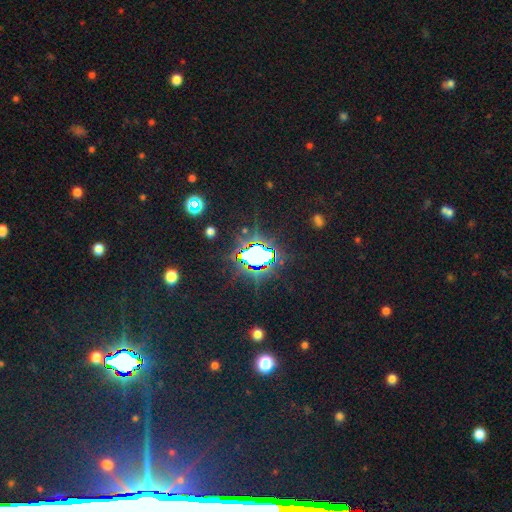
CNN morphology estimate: A star or artifact, not a galaxy (73%).

Vote fractions:
- Smooth or featured? star or artifact: 73% / smooth: 17% / featured or disk: 10%